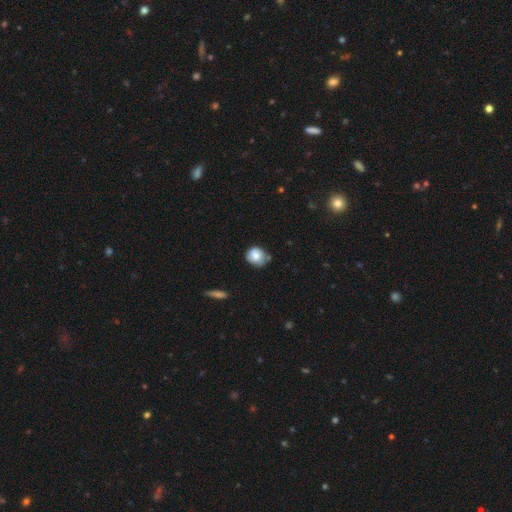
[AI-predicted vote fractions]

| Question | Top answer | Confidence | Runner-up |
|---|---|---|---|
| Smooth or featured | smooth | 77% | featured or disk (15%) |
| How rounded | round | 79% | in between (20%) |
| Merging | none | 60% | minor disturbance (30%) |